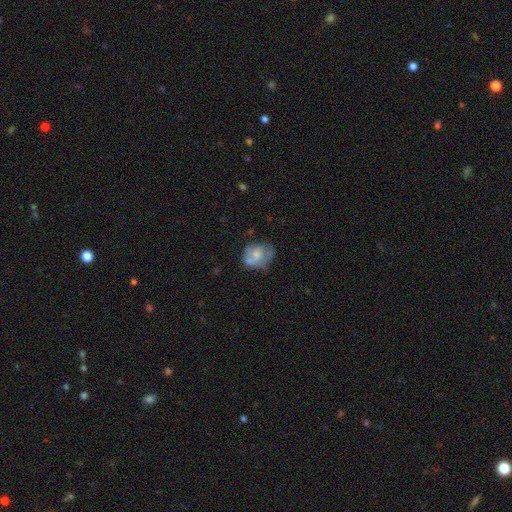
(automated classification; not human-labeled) Smooth or featured?
  - smooth: 49% *
  - featured or disk: 43%
  - star or artifact: 8%
Merging?
  - none: 44% *
  - minor disturbance: 31%
  - major disturbance: 19%
  - merger: 6%